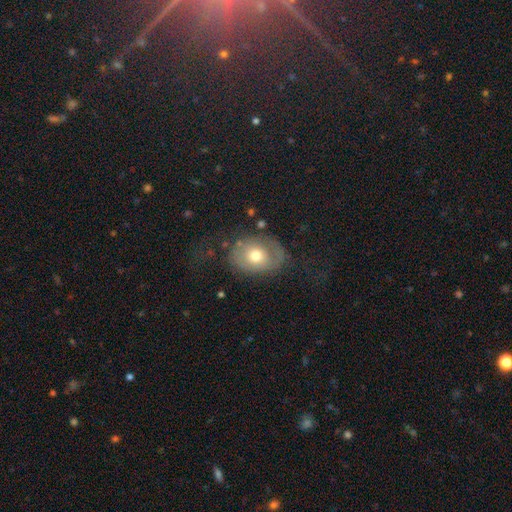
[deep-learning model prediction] This is possibly a smooth galaxy (58%). How rounded: possibly in between (58%). Merging: likely none (60%).